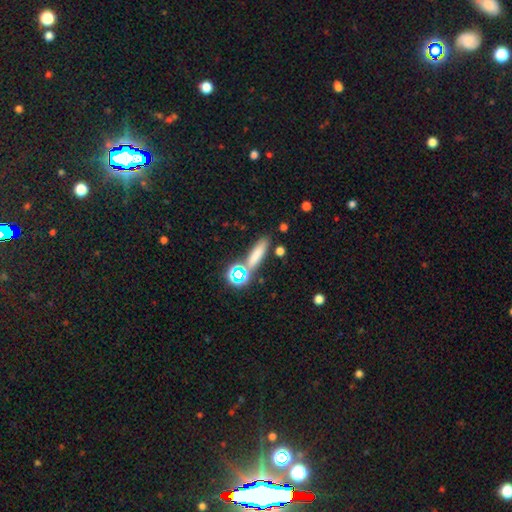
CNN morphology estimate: type=smooth (72%); roundness=cigar-shaped (68%); merging=none (73%).